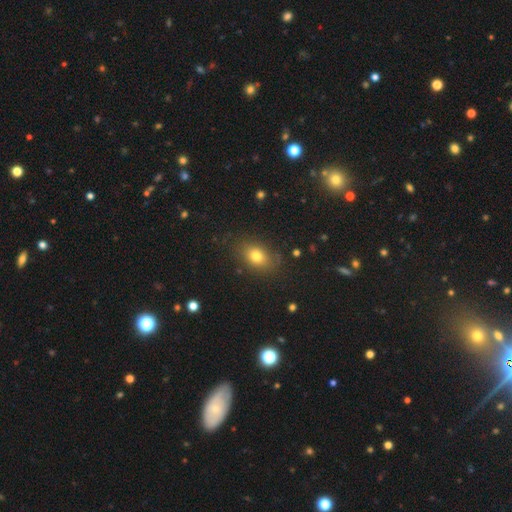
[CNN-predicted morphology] This is likely a smooth galaxy (77%). How rounded: likely in between (70%). Merging: likely none (80%).